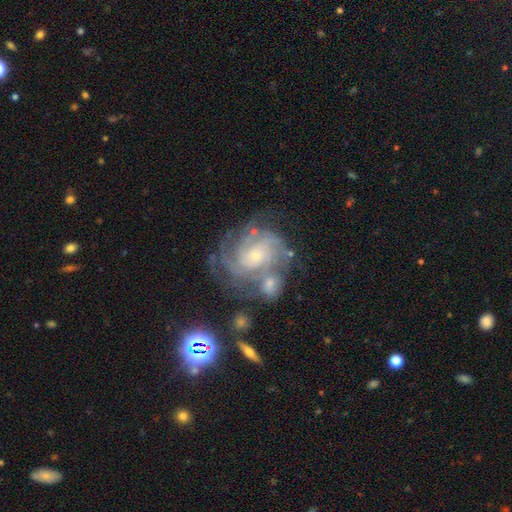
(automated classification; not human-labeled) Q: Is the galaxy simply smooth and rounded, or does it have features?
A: featured or disk — 85%.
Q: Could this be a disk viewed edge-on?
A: no — 97%.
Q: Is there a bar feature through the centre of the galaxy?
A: no — 67%.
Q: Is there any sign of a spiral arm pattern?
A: yes — 96%.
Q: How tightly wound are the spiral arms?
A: tight — 64%.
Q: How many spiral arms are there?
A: can't tell — 27%.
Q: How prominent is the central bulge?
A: small — 71%.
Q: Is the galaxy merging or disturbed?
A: none — 55%.